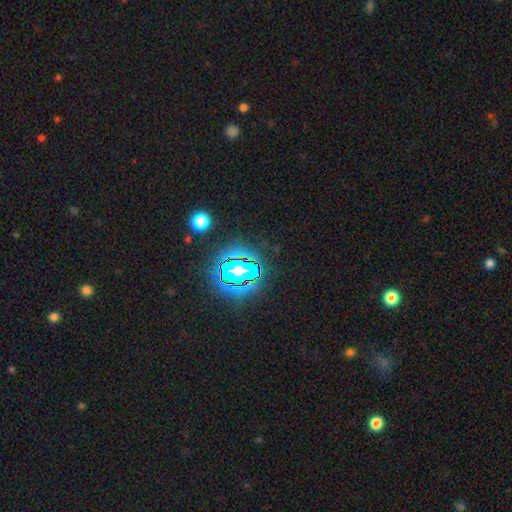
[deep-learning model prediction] This appears to be a star or artifact, not a galaxy (80%).